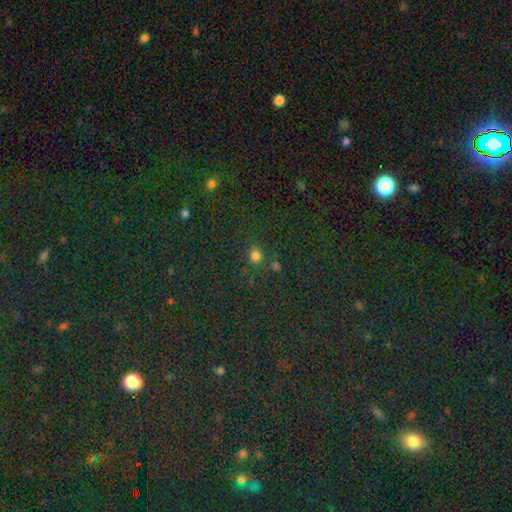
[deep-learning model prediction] Q: Smooth or featured?
A: smooth (74%); runner-up: star or artifact (21%)
Q: How rounded?
A: round (72%); runner-up: in between (26%)
Q: Merging?
A: none (72%); runner-up: minor disturbance (13%)